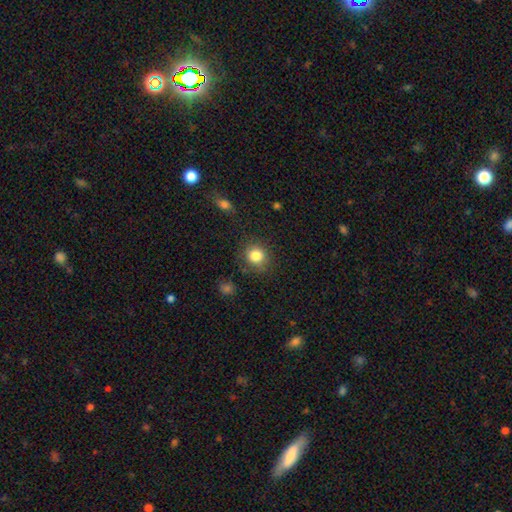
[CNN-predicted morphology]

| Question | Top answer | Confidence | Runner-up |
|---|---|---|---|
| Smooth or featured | smooth | 83% | star or artifact (10%) |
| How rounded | round | 85% | in between (14%) |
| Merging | none | 82% | minor disturbance (12%) |